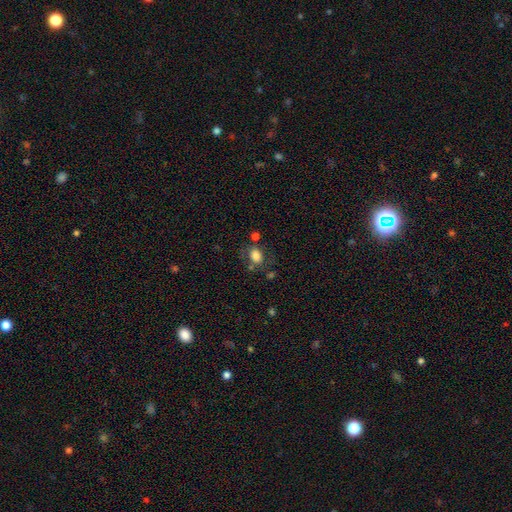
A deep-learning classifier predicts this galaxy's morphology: Q: Smooth or featured?
A: smooth (80%); runner-up: star or artifact (10%)
Q: How rounded?
A: in between (68%); runner-up: round (31%)
Q: Merging?
A: none (63%); runner-up: minor disturbance (18%)